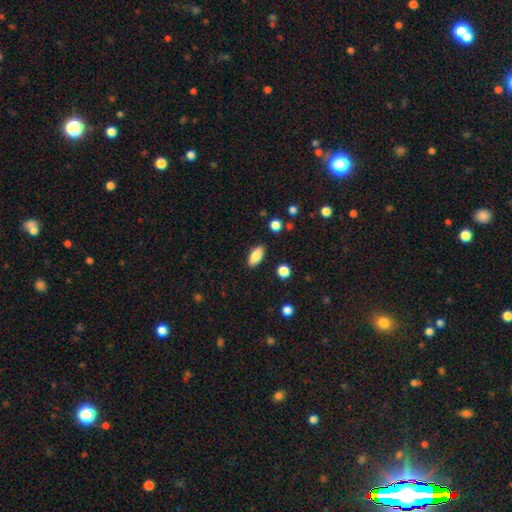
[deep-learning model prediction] This is clearly a smooth galaxy (85%). How rounded: clearly in between (87%). Merging: clearly none (87%).